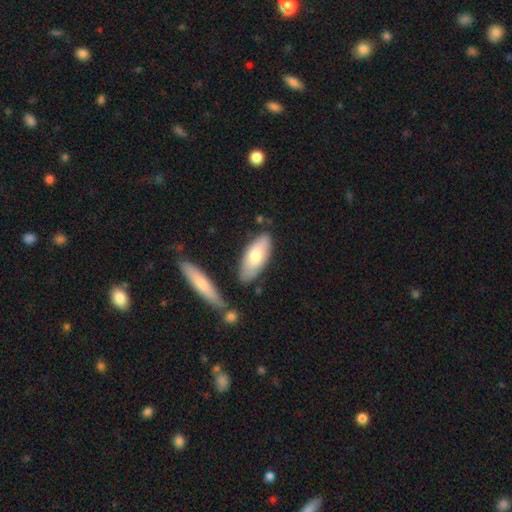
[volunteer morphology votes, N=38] Q: Smooth or featured?
A: smooth (66%); runner-up: featured or disk (29%)
Q: How rounded?
A: in between (84%); runner-up: cigar-shaped (16%)
Q: Merging?
A: none (86%); runner-up: minor disturbance (8%)